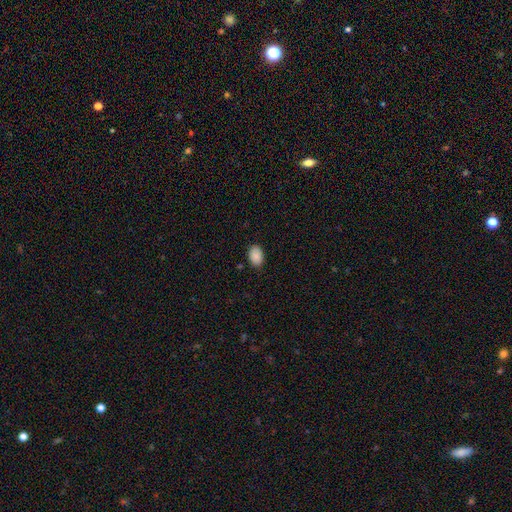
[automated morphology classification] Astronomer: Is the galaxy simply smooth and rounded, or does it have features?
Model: smooth — 89%.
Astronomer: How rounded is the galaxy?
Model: in between — 86%.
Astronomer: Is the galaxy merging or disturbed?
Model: none — 87%.